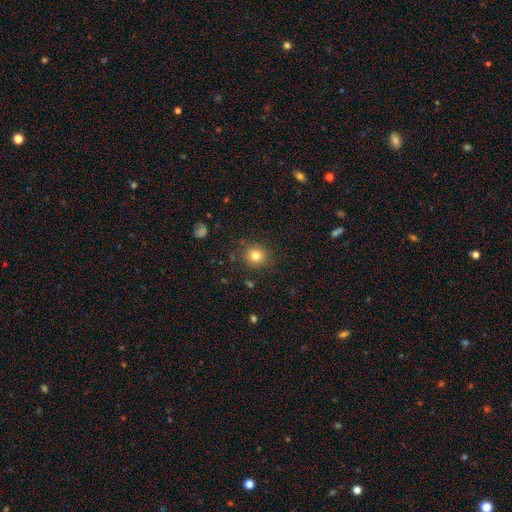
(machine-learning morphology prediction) Overall: smooth (81%). How rounded: round (88%). Merging: none (87%).